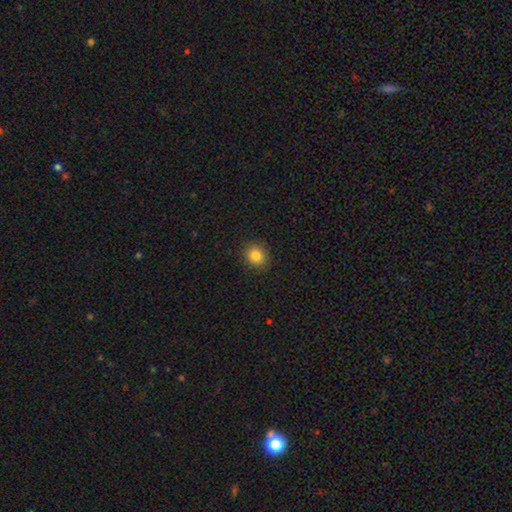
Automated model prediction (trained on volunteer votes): This is clearly a smooth galaxy (84%). How rounded: likely round (75%). Merging: clearly none (90%).